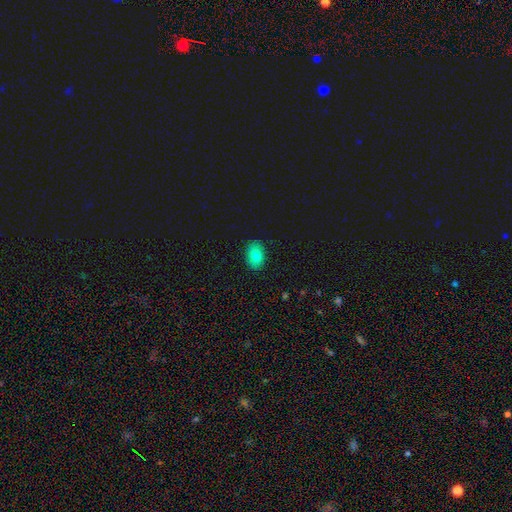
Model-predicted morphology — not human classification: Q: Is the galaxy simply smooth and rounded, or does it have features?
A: smooth — 80%.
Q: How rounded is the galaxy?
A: in between — 83%.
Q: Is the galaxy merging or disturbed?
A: none — 88%.